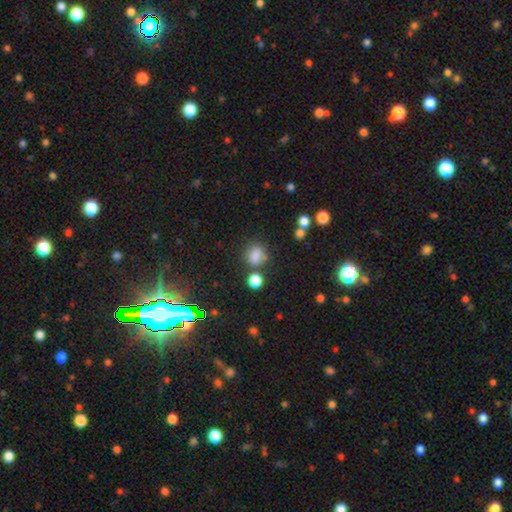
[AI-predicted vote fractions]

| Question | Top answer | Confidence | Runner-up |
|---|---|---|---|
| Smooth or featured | smooth | 78% | star or artifact (15%) |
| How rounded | round | 62% | in between (37%) |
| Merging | none | 63% | minor disturbance (18%) |